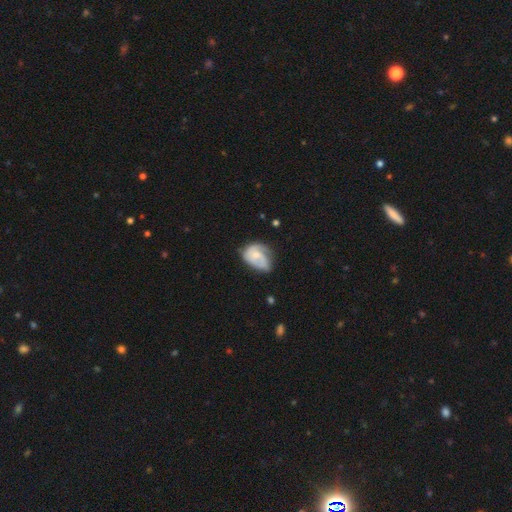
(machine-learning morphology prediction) Smooth or featured: featured or disk — 53% (smooth — 41%)
Edge-on disk: no — 97% (yes — 3%)
Bar: no — 73% (weak — 24%)
Spiral arms: yes — 75% (no — 25%)
Bulge size: small — 47% (moderate — 37%)
Merging: none — 38% (minor disturbance — 37%)